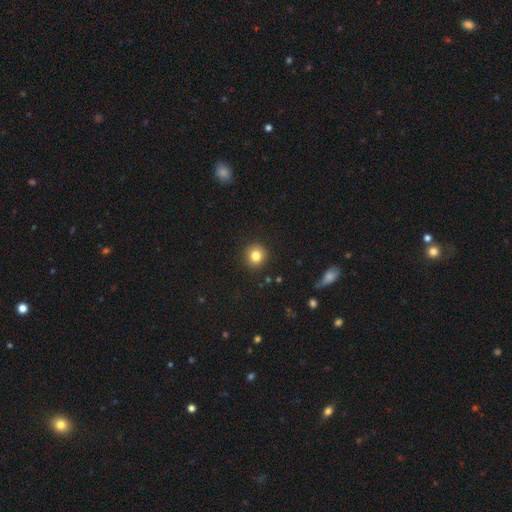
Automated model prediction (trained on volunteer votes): This is clearly a smooth galaxy (83%). How rounded: clearly round (92%). Merging: clearly none (91%).